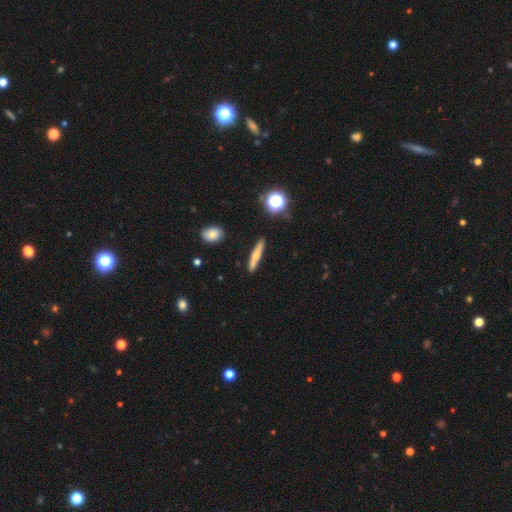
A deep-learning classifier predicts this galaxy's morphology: The model was most divided on "smooth or featured": smooth: 59%, featured or disk: 32%, star or artifact: 9%. More confident: how rounded — cigar-shaped (90%); merging — none (87%).